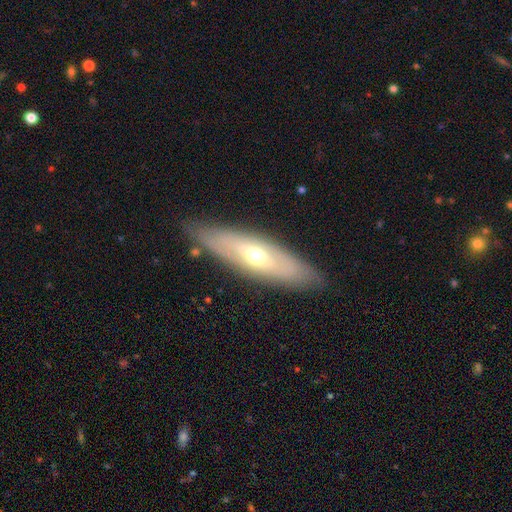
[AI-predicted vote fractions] Smooth or featured: featured or disk — 59% (smooth — 35%)
Edge-on disk: no — 55% (yes — 45%)
Merging: none — 83% (minor disturbance — 12%)